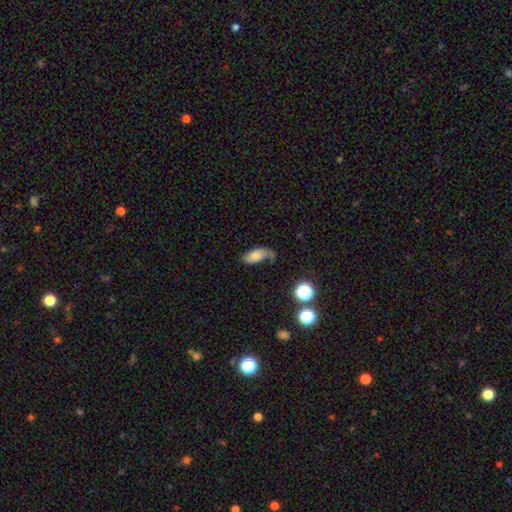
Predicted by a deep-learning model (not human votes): Q: Smooth or featured?
A: smooth (60%); runner-up: featured or disk (30%)
Q: How rounded?
A: in between (88%); runner-up: cigar-shaped (7%)
Q: Merging?
A: none (39%); runner-up: minor disturbance (30%)